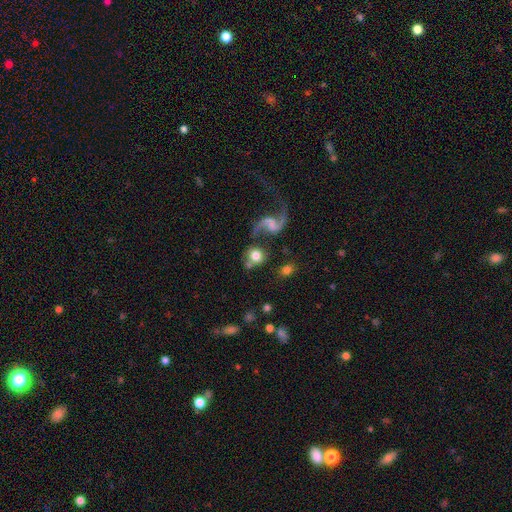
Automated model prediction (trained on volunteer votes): This is likely a smooth galaxy (63%). How rounded: clearly round (85%). Merging: possibly none (59%).